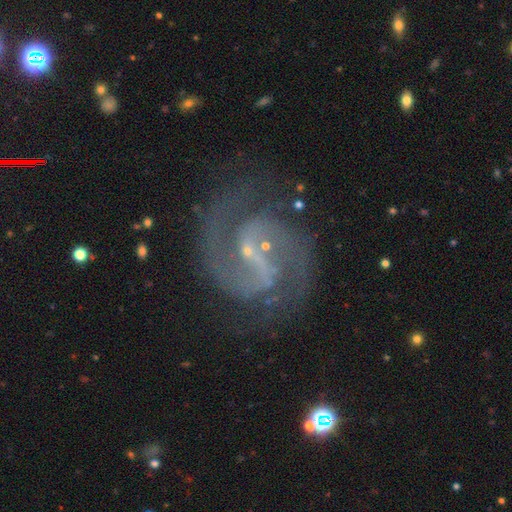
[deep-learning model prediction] featured or disk 91%, star or artifact 5%, smooth 3%. Down the decision tree: edge-on disk — no (98%); bar — weak (47%); spiral arms — yes (98%); spiral arm count — 2 (90%); spiral winding — medium (61%); bulge size — small (77%); merging — none (76%).